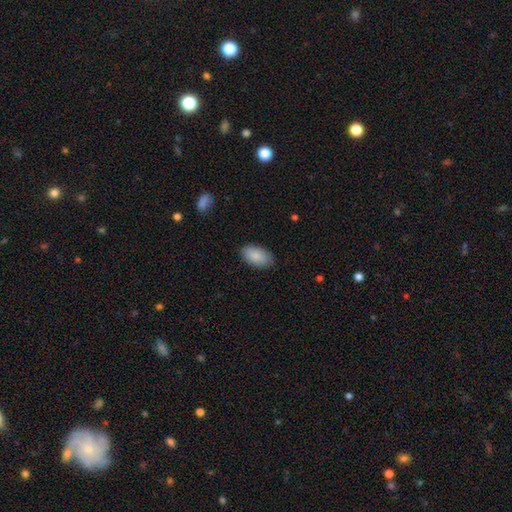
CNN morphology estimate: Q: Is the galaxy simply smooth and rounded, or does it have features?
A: smooth — 87%.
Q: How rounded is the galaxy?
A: in between — 95%.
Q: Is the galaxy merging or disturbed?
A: none — 84%.